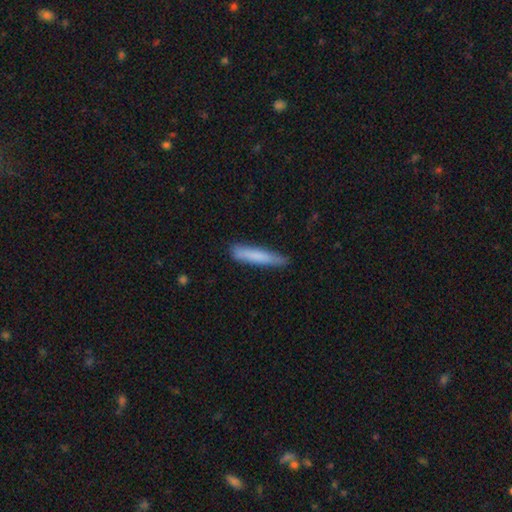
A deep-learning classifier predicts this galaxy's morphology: Overall: smooth (77%). How rounded: cigar-shaped (92%). Merging: none (79%).